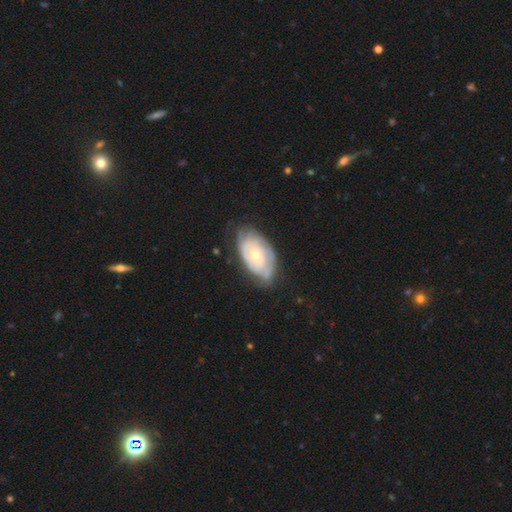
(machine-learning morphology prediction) The model was most divided on "spiral arm count": can't tell: 46%, 2: 32%, 3: 10%, 1: 4%, 4: 4%, more than 4: 3%. More confident: edge-on disk — no (96%); spiral arms — yes (86%); bar — no (77%); smooth or featured — featured or disk (74%); spiral winding — tight (72%); merging — none (66%); bulge size — small (59%).